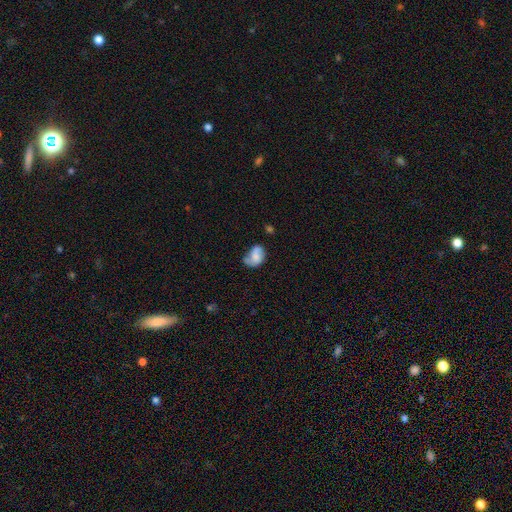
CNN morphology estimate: This is possibly a smooth galaxy (58%). How rounded: likely in between (76%). Merging: marginally minor disturbance (36%, tied with none).